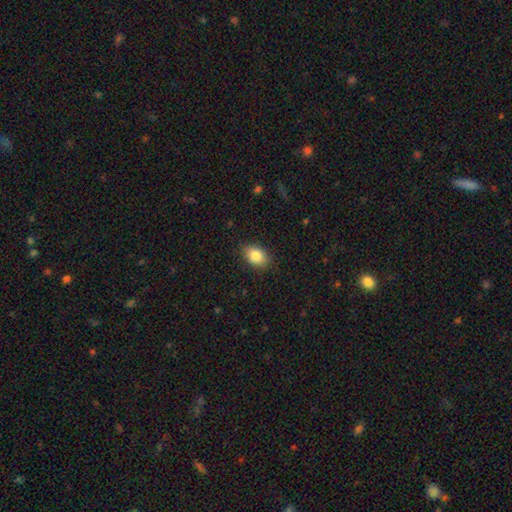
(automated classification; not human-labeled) smooth-or-featured: smooth: 85% | star or artifact: 8% | featured or disk: 7%
  how-rounded: in between: 83% | round: 16% | cigar-shaped: 1%
  merging: none: 86% | minor disturbance: 11% | major disturbance: 2% | merger: 1%